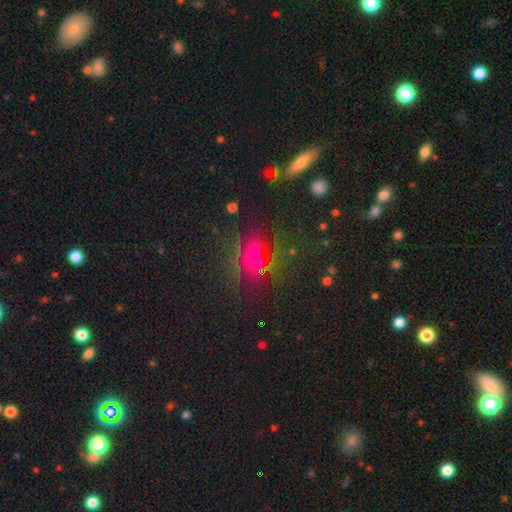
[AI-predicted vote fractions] Overall: smooth (41%; star or artifact 33%). Merging: none (74%).